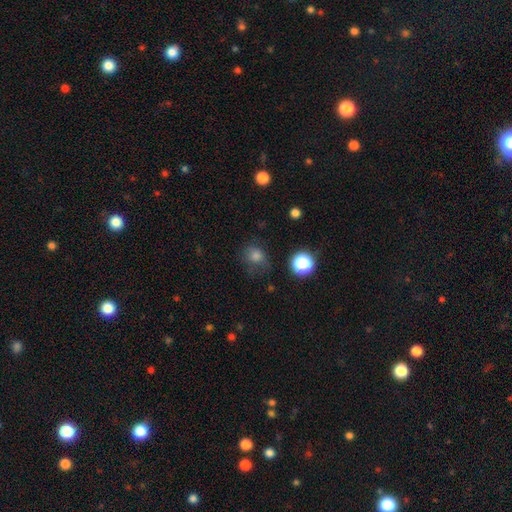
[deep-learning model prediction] This appears to be a smooth galaxy with no disk features (76%) that is round (73%). Merging: none (62%).